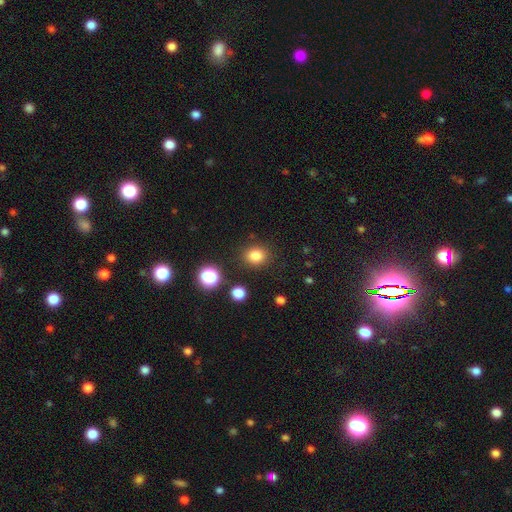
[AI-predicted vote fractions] Smooth or featured: smooth — 82% (star or artifact — 13%)
How rounded: round — 70% (in between — 29%)
Merging: none — 86% (minor disturbance — 8%)